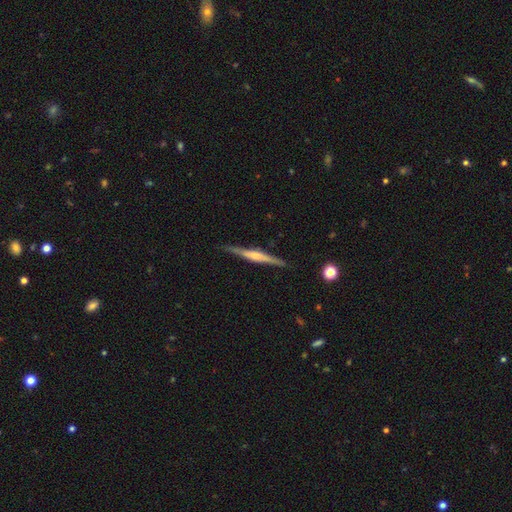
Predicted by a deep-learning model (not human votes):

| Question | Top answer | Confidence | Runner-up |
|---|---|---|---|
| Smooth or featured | featured or disk | 76% | smooth (19%) |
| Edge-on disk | yes | 98% | no (2%) |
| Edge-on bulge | rounded | 59% | boxy (29%) |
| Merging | none | 88% | minor disturbance (9%) |